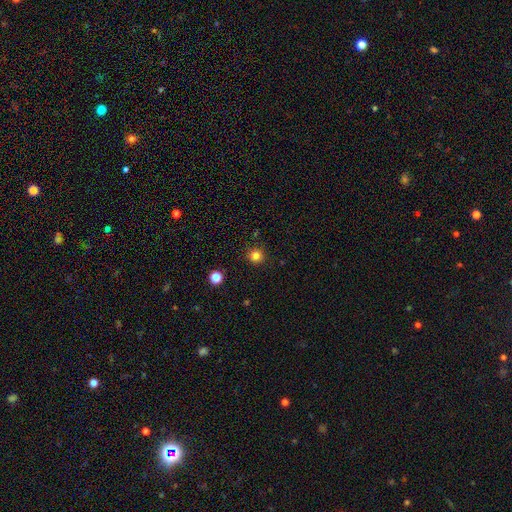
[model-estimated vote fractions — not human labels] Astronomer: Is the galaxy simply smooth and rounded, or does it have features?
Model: smooth — 82%.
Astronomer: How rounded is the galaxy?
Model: round — 95%.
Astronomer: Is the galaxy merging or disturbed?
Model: none — 91%.